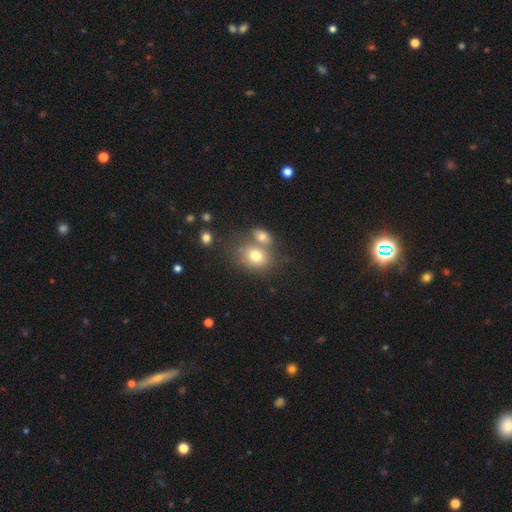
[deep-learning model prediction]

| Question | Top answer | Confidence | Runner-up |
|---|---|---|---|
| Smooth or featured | smooth | 75% | featured or disk (14%) |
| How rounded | round | 54% | in between (45%) |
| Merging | none | 43% | merger (41%) |